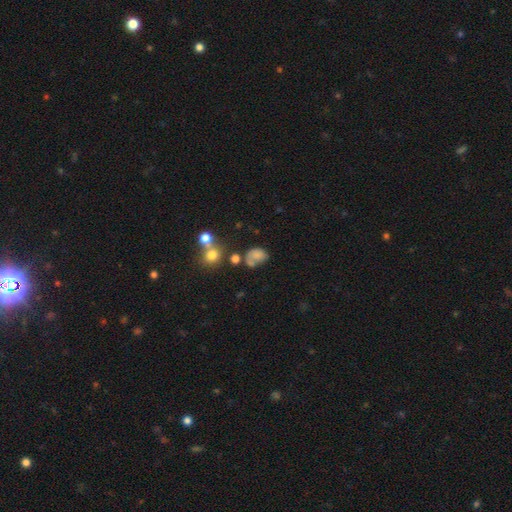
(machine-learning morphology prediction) type=smooth (65%); roundness=in between (63%); merging=none (34%).